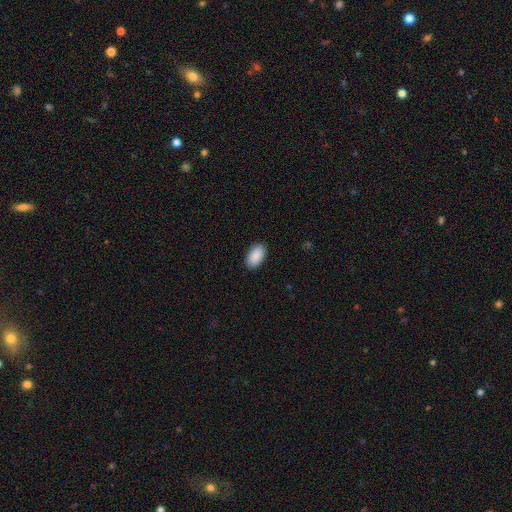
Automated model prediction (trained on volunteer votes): Q: Smooth or featured?
A: smooth (91%); runner-up: star or artifact (6%)
Q: How rounded?
A: in between (95%); runner-up: round (3%)
Q: Merging?
A: none (90%); runner-up: minor disturbance (8%)